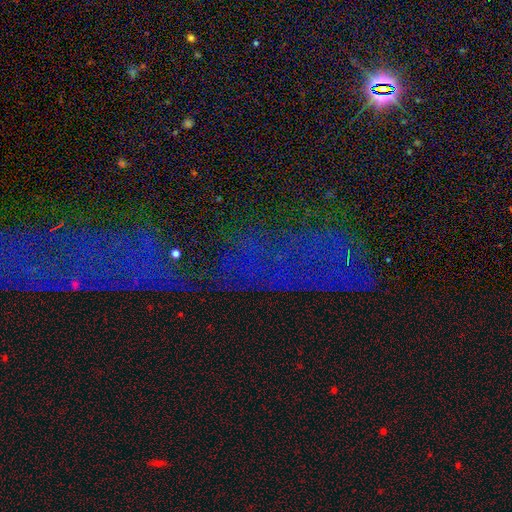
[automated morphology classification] smooth_or_featured: star or artifact (p=0.76) [alt: featured or disk p=0.12]